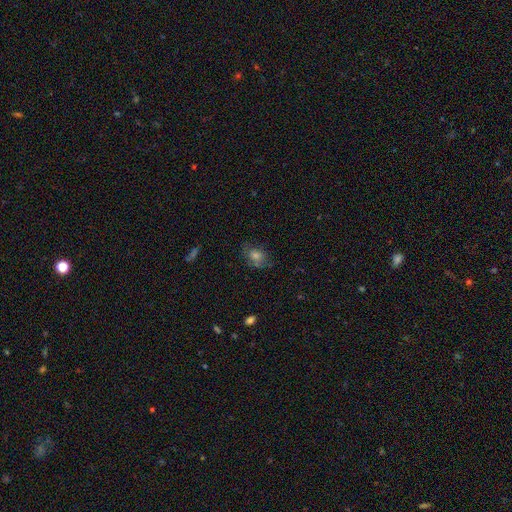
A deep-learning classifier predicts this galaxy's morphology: This appears to be a smooth galaxy with no disk features (51%) that is in between round and cigar-shaped (60%). Merging: none (67%).